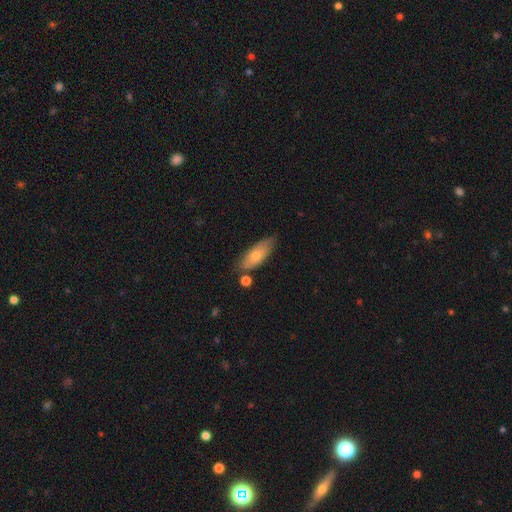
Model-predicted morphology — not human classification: Overall: smooth (66%; featured or disk 28%). How rounded: in between (69%). Merging: none (70%).